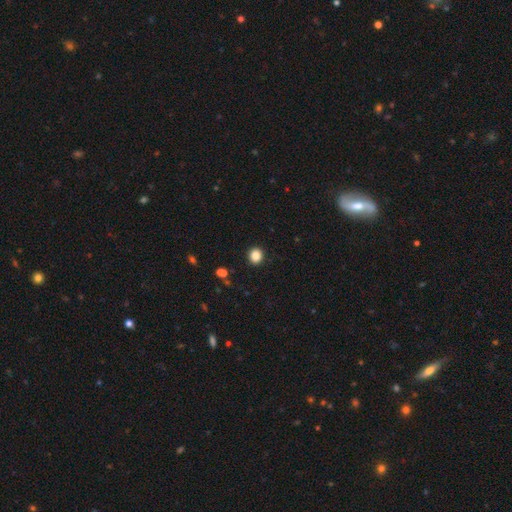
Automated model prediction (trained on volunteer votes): smooth 85%, star or artifact 11%, featured or disk 4%. Down the decision tree: how rounded — round (85%); merging — none (92%).